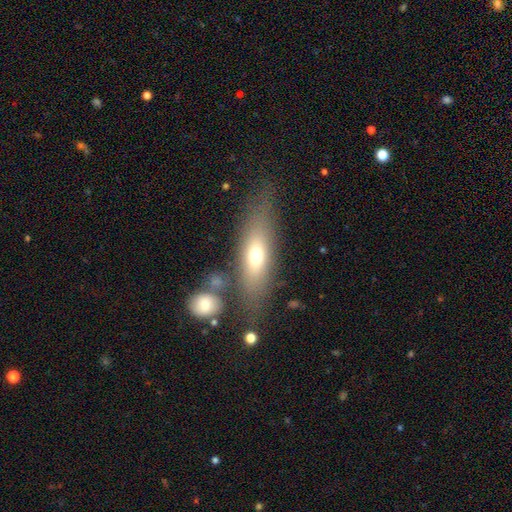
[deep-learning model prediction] smooth-or-featured: smooth: 62% | featured or disk: 29% | star or artifact: 9%
  how-rounded: in between: 48% (tied) | cigar-shaped: 48% (tied) | round: 4%
  merging: none: 67% | minor disturbance: 15% | merger: 9% | major disturbance: 8%